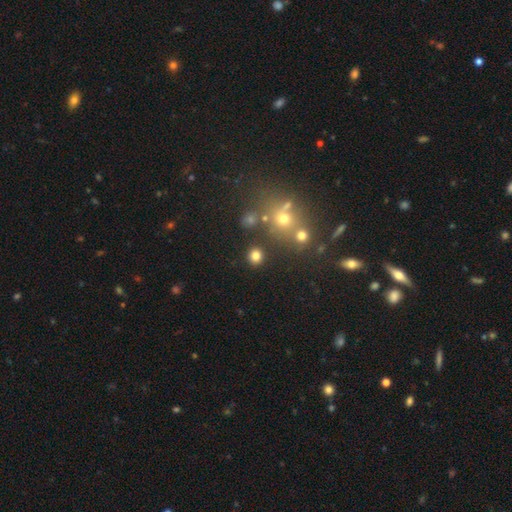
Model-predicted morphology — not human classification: smooth-or-featured: smooth: 79% | star or artifact: 15% | featured or disk: 6%
  how-rounded: round: 89% | in between: 10% | cigar-shaped: 1%
  merging: none: 86% | minor disturbance: 6% | merger: 5% | major disturbance: 3%